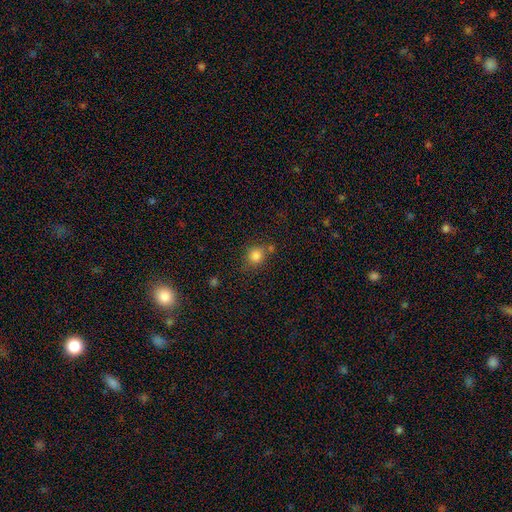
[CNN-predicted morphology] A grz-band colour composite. It shows a smooth galaxy with no disk features (83%) that is round (78%). Merging: none (67%).